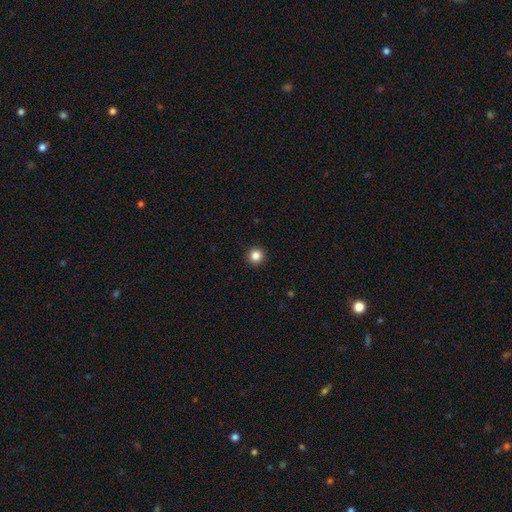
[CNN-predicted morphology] smooth_or_featured: smooth (p=0.85) [alt: star or artifact p=0.12]
how_rounded: round (p=0.96) [alt: in between p=0.03]
merging: none (p=0.93) [alt: minor disturbance p=0.05]